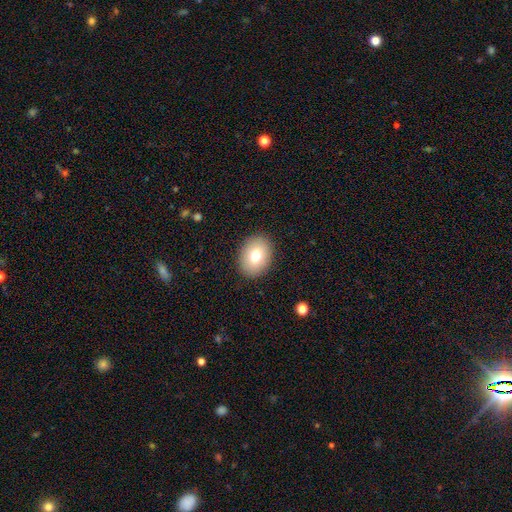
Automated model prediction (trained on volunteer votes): Smooth or featured: smooth — 76% (featured or disk — 15%)
How rounded: in between — 64% (round — 35%)
Merging: none — 90% (minor disturbance — 7%)